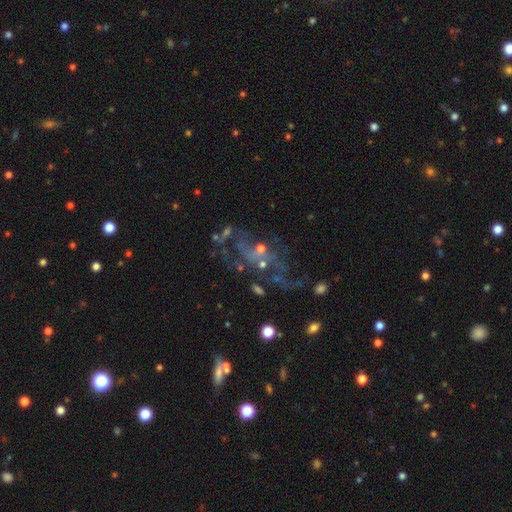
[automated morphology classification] Smooth or featured: featured or disk — 69% (star or artifact — 19%)
Edge-on disk: no — 96% (yes — 4%)
Bar: no — 74% (weak — 20%)
Spiral arms: yes — 54% (no — 46%)
Bulge size: small — 54% (none — 23%)
Merging: none — 38% (major disturbance — 32%)